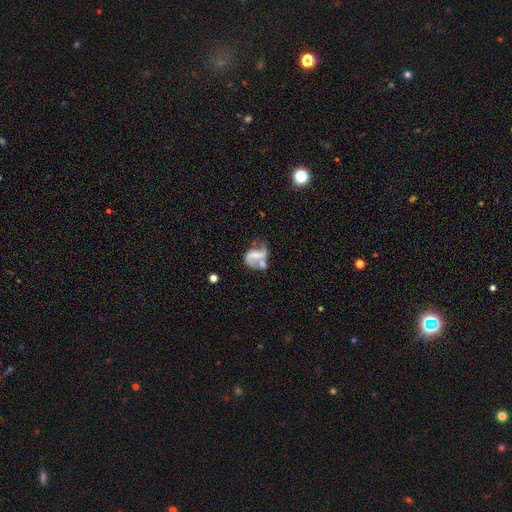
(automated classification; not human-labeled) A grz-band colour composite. It shows a featured or disk galaxy (70%) with no bar (40%), 2 (77%) loose (62%) spiral arms (76%) and no central bulge (37%). Merging: none (30%).